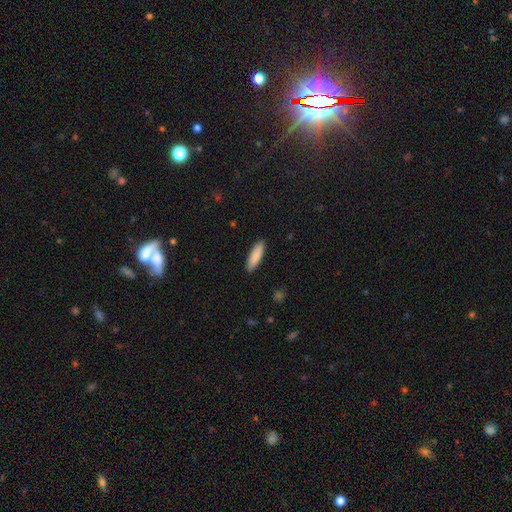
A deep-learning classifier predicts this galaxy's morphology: This is clearly a smooth galaxy (87%). How rounded: possibly cigar-shaped (57%). Merging: clearly none (90%).